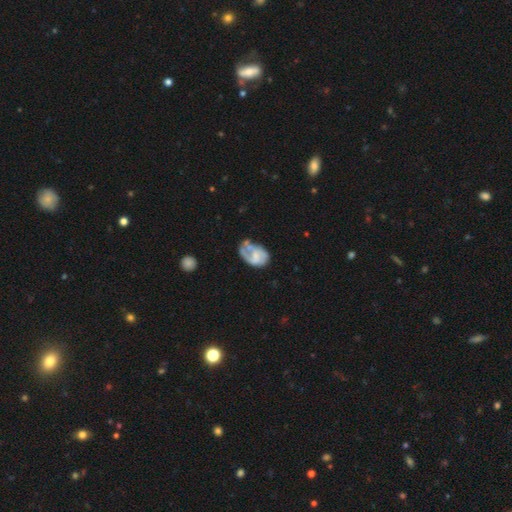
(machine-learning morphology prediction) Q: Smooth or featured?
A: featured or disk (54%); runner-up: smooth (39%)
Q: Edge-on disk?
A: no (97%); runner-up: yes (3%)
Q: Bar?
A: no (59%); runner-up: weak (33%)
Q: Spiral arms?
A: yes (56%); runner-up: no (44%)
Q: Bulge size?
A: none (35%); runner-up: small (33%)
Q: Merging?
A: none (32%); tied with: minor disturbance (32%)